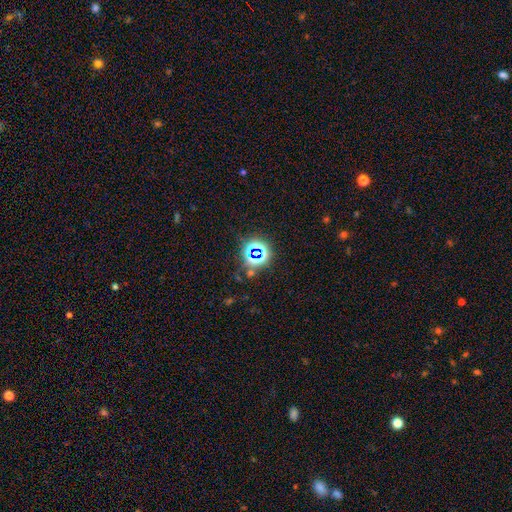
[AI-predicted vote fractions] This appears to be a star or artifact, not a galaxy (68%).